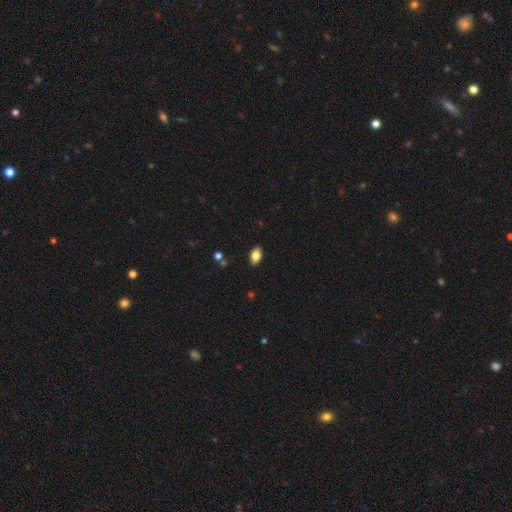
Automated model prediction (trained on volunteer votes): Smooth or featured? smooth (82%)
How rounded? in between (89%)
Merging? none (87%)